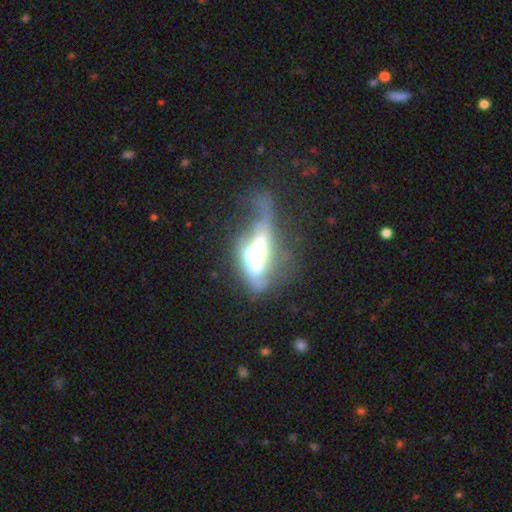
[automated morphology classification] This is possibly a featured or disk galaxy (57%). It is likely not viewed edge-on (69%). Merging: possibly major disturbance (46%).